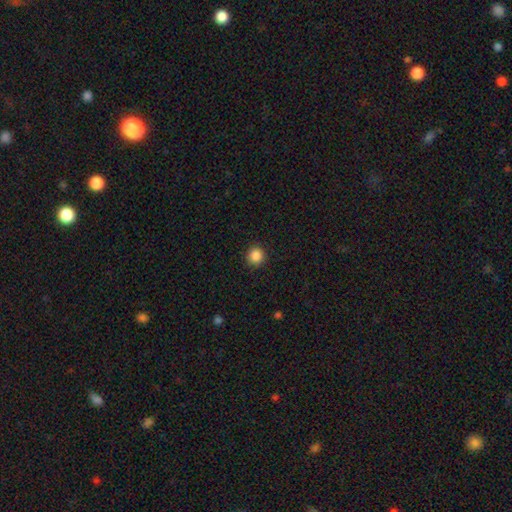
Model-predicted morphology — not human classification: The model was most divided on "smooth or featured": smooth: 87%, star or artifact: 10%, featured or disk: 3%. More confident: how rounded — round (94%); merging — none (92%).